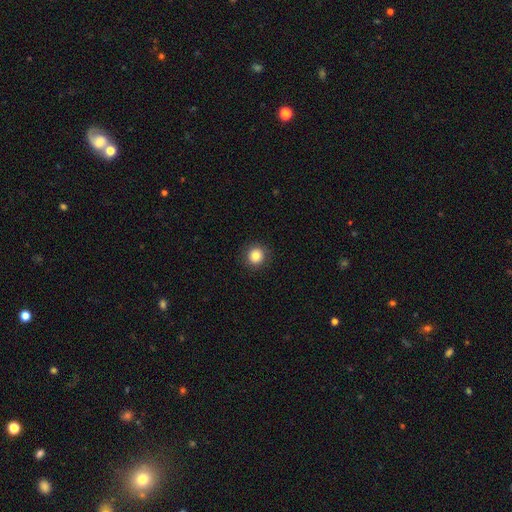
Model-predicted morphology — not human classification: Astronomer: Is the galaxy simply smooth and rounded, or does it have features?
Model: smooth — 83%.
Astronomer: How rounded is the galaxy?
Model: round — 91%.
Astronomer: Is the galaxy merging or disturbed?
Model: none — 91%.